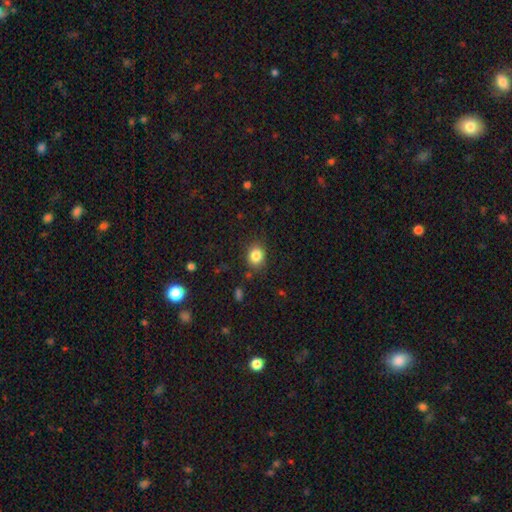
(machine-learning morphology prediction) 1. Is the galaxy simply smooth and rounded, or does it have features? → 84% smooth, 10% star or artifact, 5% featured or disk.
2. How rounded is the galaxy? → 64% round, 35% in between, 1% cigar-shaped.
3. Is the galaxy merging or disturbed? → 83% none, 12% minor disturbance, 3% major disturbance, 2% merger.